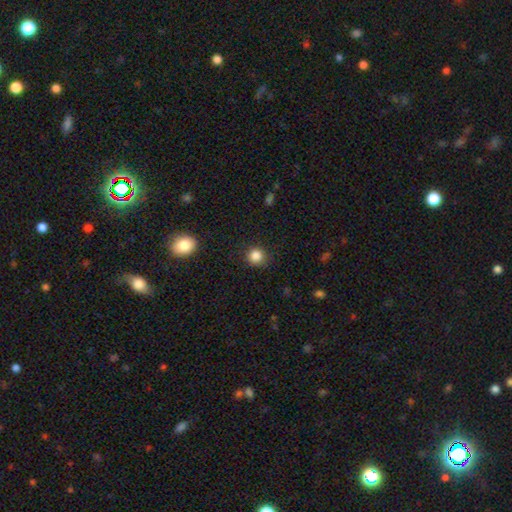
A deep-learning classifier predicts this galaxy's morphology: Smooth or featured? Predicted: smooth (p=0.86). How rounded? Predicted: round (p=0.91). Merging? Predicted: none (p=0.87).